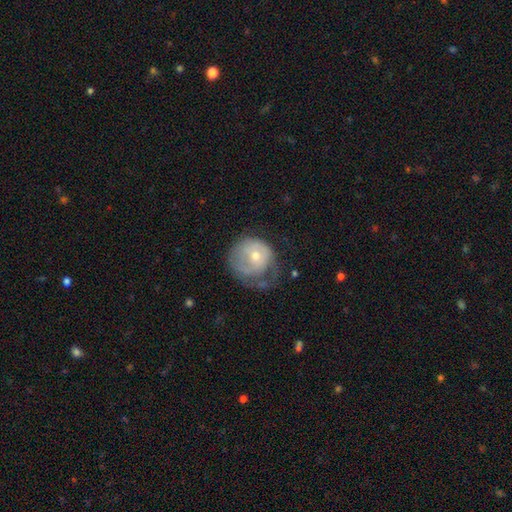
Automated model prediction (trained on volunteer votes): Smooth or featured? Predicted: featured or disk (p=0.50). Merging? Predicted: major disturbance (p=0.36).